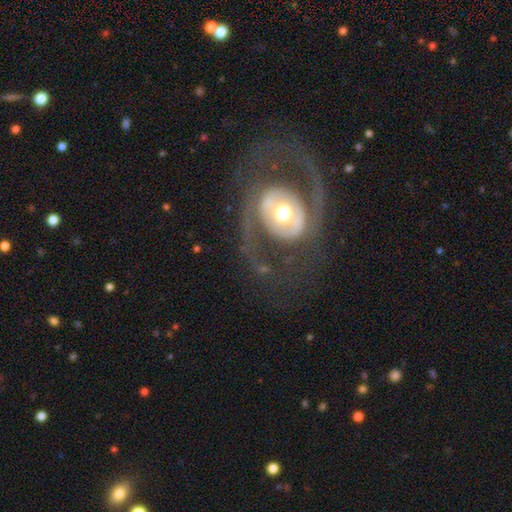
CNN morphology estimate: Smooth or featured?
  - featured or disk: 84% *
  - smooth: 9%
  - star or artifact: 6%
Edge-on disk?
  - no: 96% *
  - yes: 4%
Bar?
  - no: 50% *
  - weak: 30%
  - strong: 21%
Spiral arms?
  - yes: 81% *
  - no: 19%
Spiral winding?
  - medium: 50% *
  - tight: 28%
  - loose: 22%
Spiral arm count?
  - 2: 88% *
  - can't tell: 5%
  - 1: 2%
  - 3: 2%
  - 4: 1%
  - more than 4: 1%
Bulge size?
  - moderate: 54% *
  - small: 27%
  - large: 15%
  - dominant: 3%
  - none: 1%
Merging?
  - none: 78% *
  - major disturbance: 11%
  - minor disturbance: 10%
  - merger: 1%